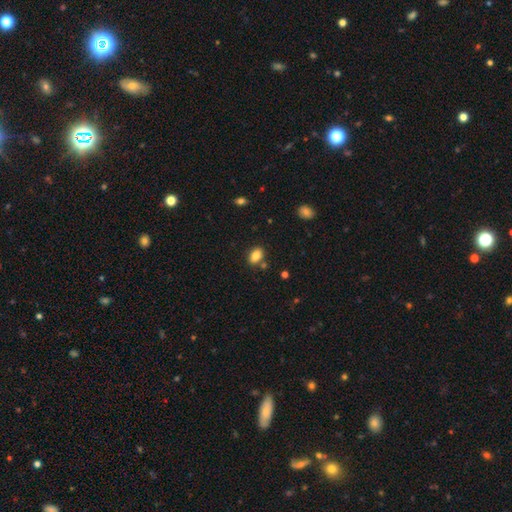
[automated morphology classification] smooth_or_featured: smooth (p=0.84) [alt: star or artifact p=0.09]
how_rounded: in between (p=0.84) [alt: round p=0.14]
merging: none (p=0.76) [alt: minor disturbance p=0.12]